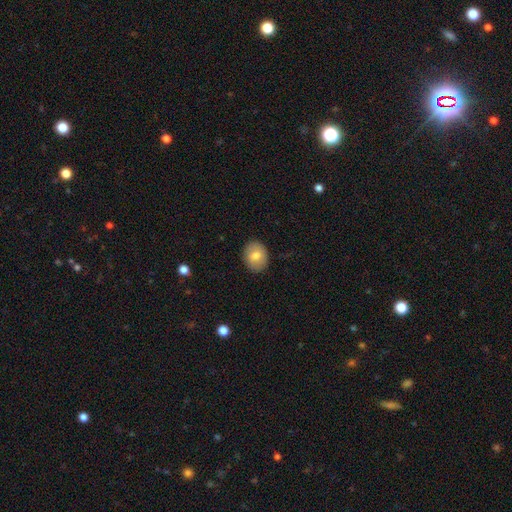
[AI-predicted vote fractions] Smooth or featured? smooth (76%)
How rounded? round (50%)
Merging? none (89%)